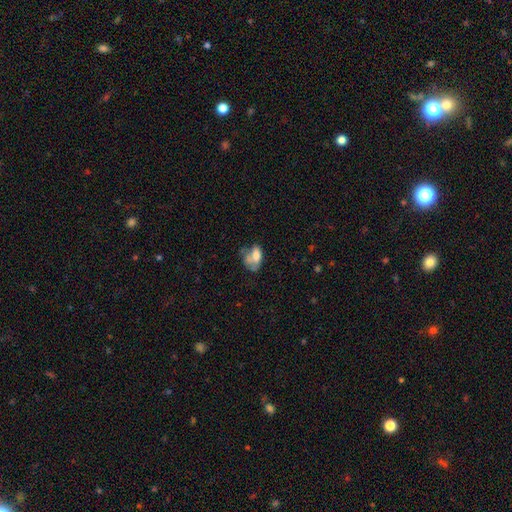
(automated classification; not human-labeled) Morphology: type=smooth (61%); roundness=in between (86%); merging=none (27%, tied with major disturbance).